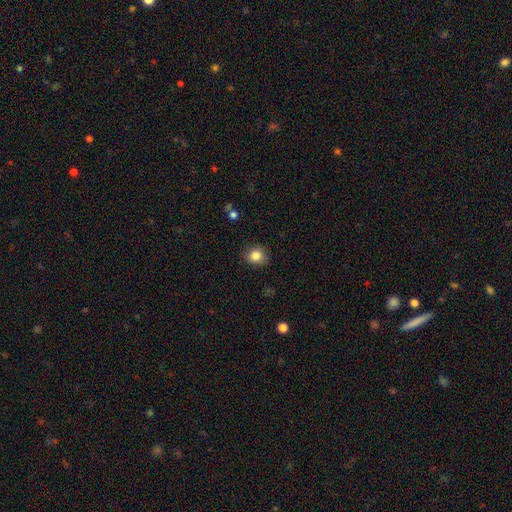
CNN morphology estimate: Smooth or featured: smooth — 84% (star or artifact — 10%)
How rounded: round — 75% (in between — 24%)
Merging: none — 87% (minor disturbance — 10%)